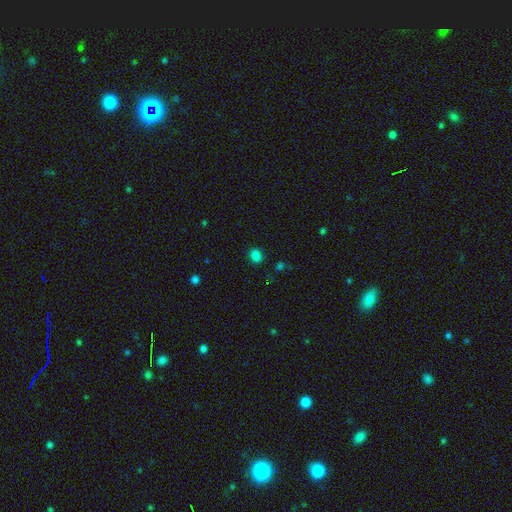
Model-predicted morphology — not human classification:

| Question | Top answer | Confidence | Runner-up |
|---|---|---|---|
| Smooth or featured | smooth | 82% | star or artifact (15%) |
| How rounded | in between | 52% | round (47%) |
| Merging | none | 86% | minor disturbance (9%) |